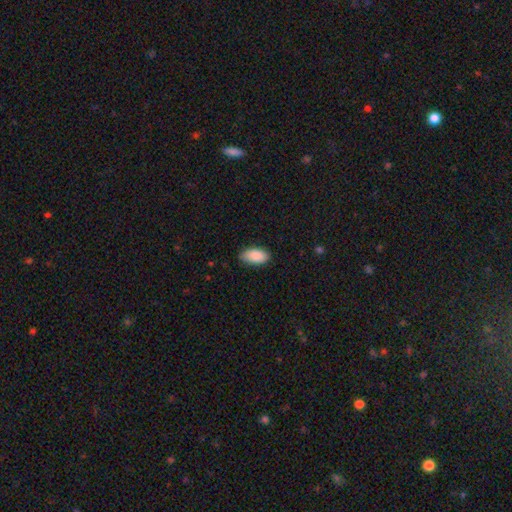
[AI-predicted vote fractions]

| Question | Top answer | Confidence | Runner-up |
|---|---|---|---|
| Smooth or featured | smooth | 89% | star or artifact (6%) |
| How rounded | in between | 95% | cigar-shaped (3%) |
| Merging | none | 81% | minor disturbance (15%) |